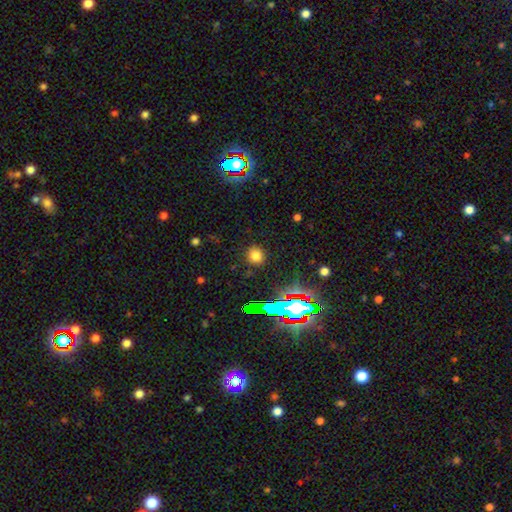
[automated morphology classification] smooth-or-featured: smooth: 76% | star or artifact: 18% | featured or disk: 6%
  how-rounded: round: 88% | in between: 11% | cigar-shaped: 1%
  merging: none: 89% | minor disturbance: 7% | major disturbance: 3% | merger: 2%